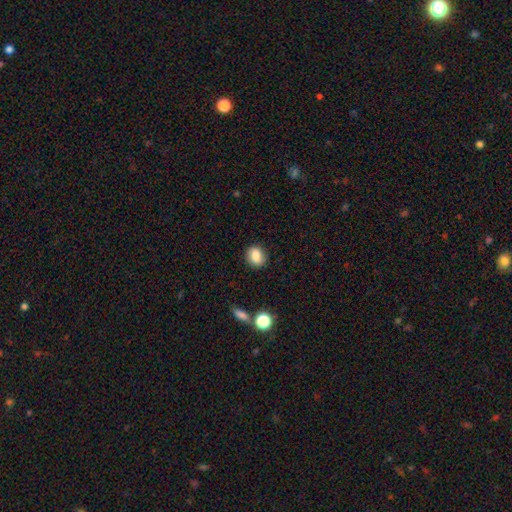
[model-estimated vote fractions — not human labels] A smooth galaxy with no disk features (82%) that is round (54%). Merging: none (84%).